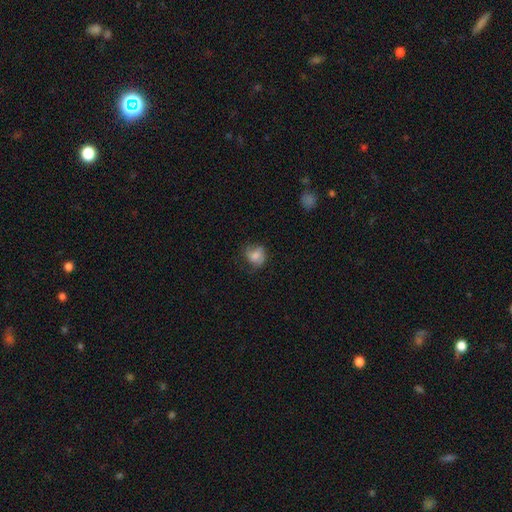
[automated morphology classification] Q: Smooth or featured?
A: smooth (63%); runner-up: featured or disk (27%)
Q: How rounded?
A: round (65%); runner-up: in between (34%)
Q: Merging?
A: none (60%); runner-up: minor disturbance (25%)